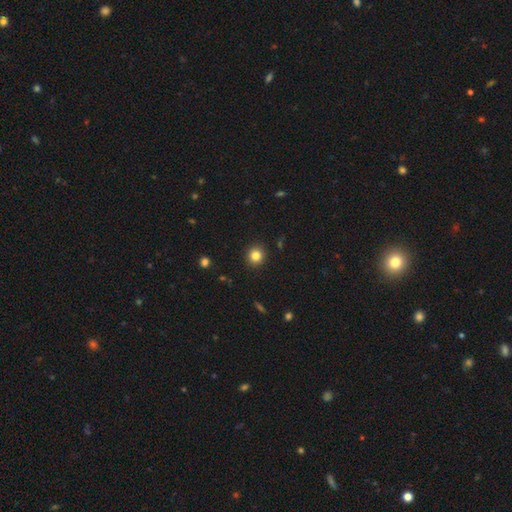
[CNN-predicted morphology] type=smooth (82%); roundness=round (90%); merging=none (92%).